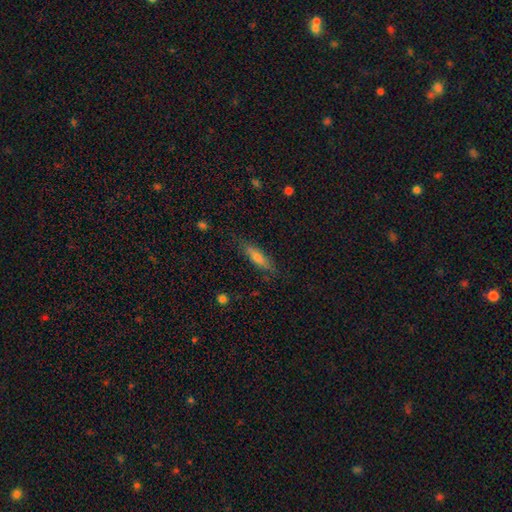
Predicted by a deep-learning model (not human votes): smooth-or-featured: smooth: 47% | featured or disk: 35% | star or artifact: 19%
  merging: none: 83% | minor disturbance: 13% | major disturbance: 3% | merger: 2%